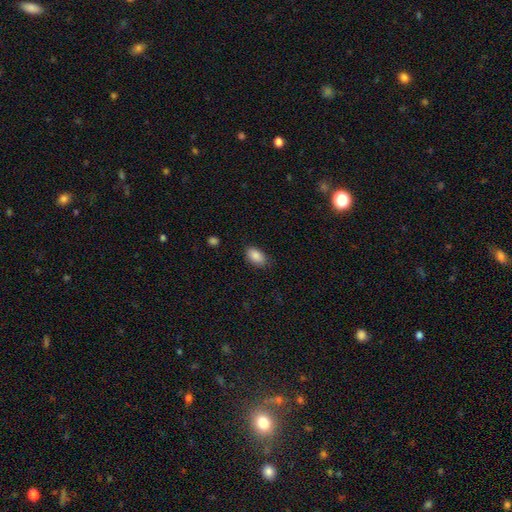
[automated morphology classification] This is clearly a smooth galaxy (88%). How rounded: clearly in between (93%). Merging: clearly none (82%).